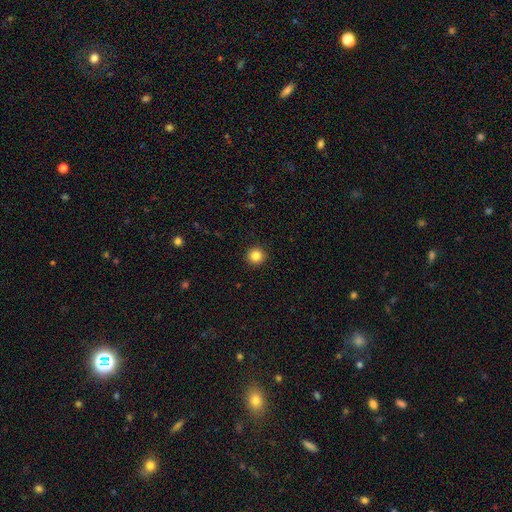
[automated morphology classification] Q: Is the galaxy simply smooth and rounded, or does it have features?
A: smooth — 85%.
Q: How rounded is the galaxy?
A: round — 95%.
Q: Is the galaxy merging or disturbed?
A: none — 93%.